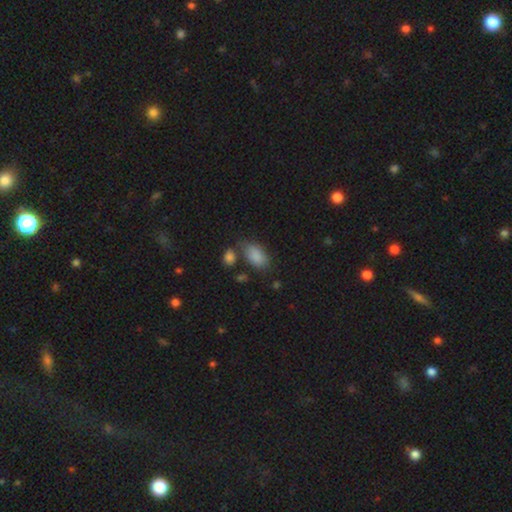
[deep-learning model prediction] This is clearly a smooth galaxy (87%). How rounded: clearly in between (92%). Merging: likely none (62%).